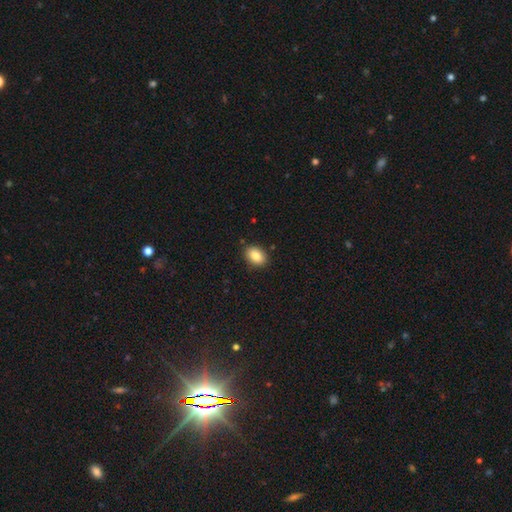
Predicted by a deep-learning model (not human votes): Smooth or featured? Predicted: smooth (p=0.87). How rounded? Predicted: in between (p=0.84). Merging? Predicted: none (p=0.88).